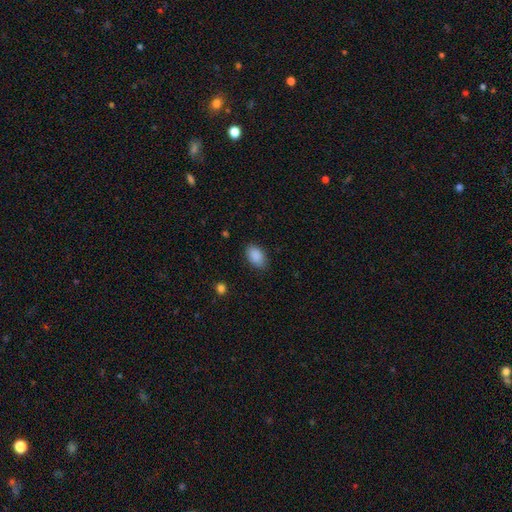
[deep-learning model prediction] Smooth or featured? smooth (90%)
How rounded? in between (91%)
Merging? none (83%)